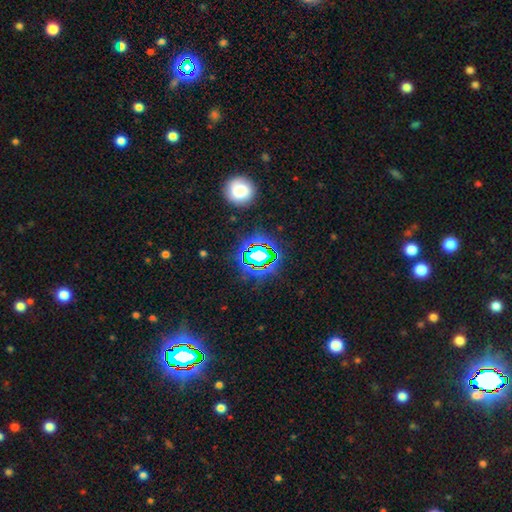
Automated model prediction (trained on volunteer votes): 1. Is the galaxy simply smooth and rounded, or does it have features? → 78% star or artifact, 14% smooth, 8% featured or disk.